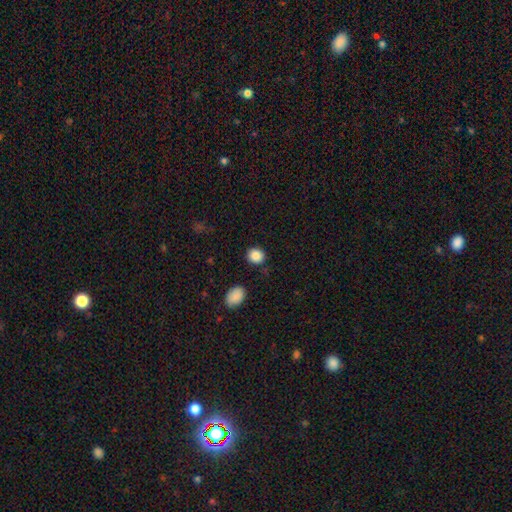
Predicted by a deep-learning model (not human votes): This is clearly a smooth galaxy (87%). How rounded: likely round (78%). Merging: clearly none (86%).